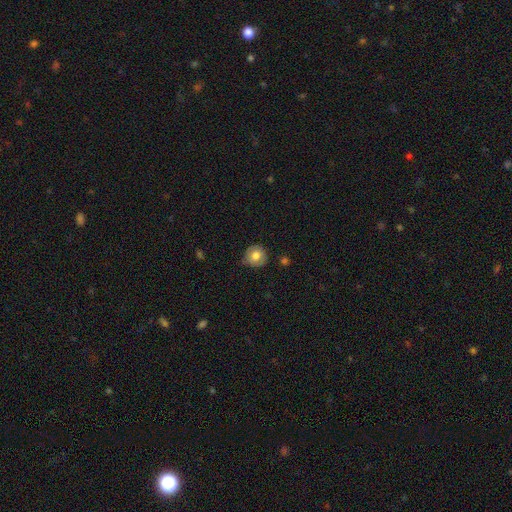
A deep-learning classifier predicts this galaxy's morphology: smooth 76%, featured or disk 16%, star or artifact 8%. Down the decision tree: how rounded — round (90%); merging — none (75%).